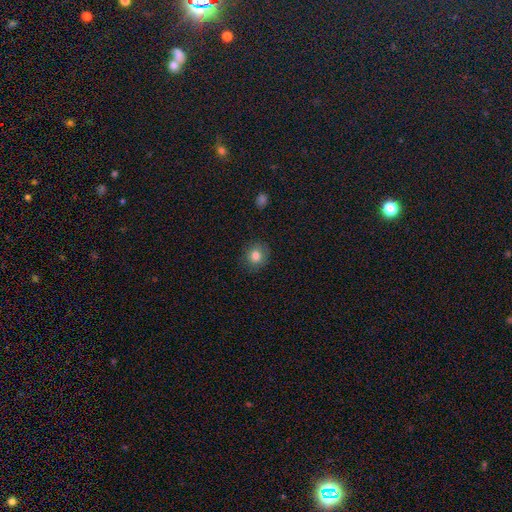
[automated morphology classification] This appears to be a smooth galaxy with no disk features (82%) that is round (84%). Merging: none (86%).